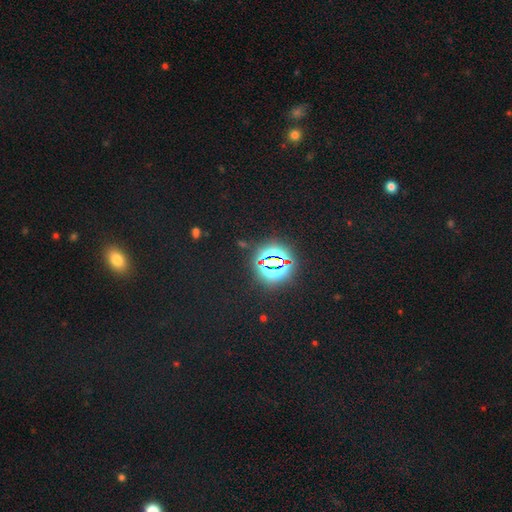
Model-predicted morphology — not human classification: A star or artifact, not a galaxy (74%).

Vote fractions:
- Smooth or featured? star or artifact: 74% / smooth: 18% / featured or disk: 8%